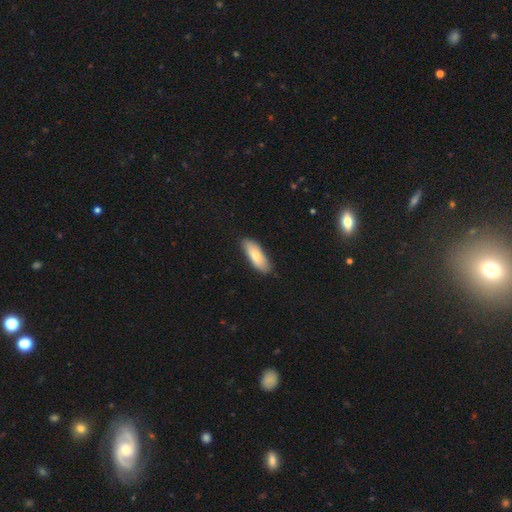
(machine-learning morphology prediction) This is likely a smooth galaxy (74%). How rounded: likely in between (67%). Merging: clearly none (85%).